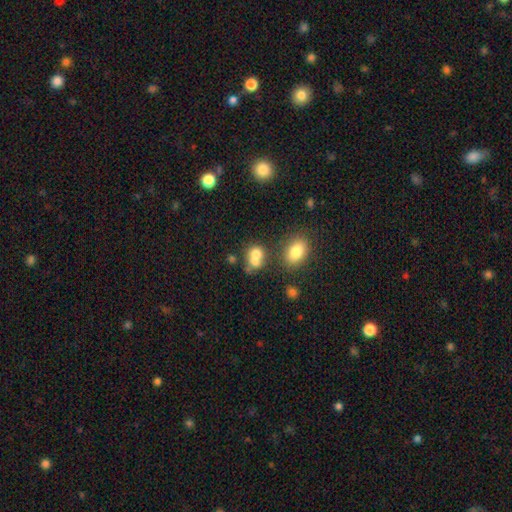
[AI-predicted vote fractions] Smooth or featured? smooth (72%)
How rounded? round (57%)
Merging? merger (55%)